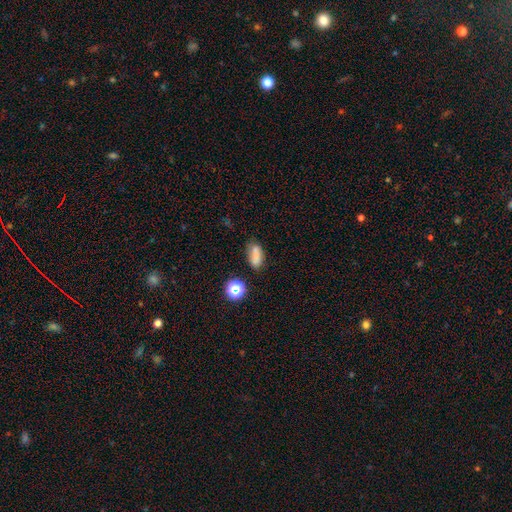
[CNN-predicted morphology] Smooth or featured?
  - smooth: 75% *
  - star or artifact: 14%
  - featured or disk: 11%
How rounded?
  - in between: 72% *
  - cigar-shaped: 18%
  - round: 10%
Merging?
  - none: 70% *
  - minor disturbance: 19%
  - merger: 6%
  - major disturbance: 6%